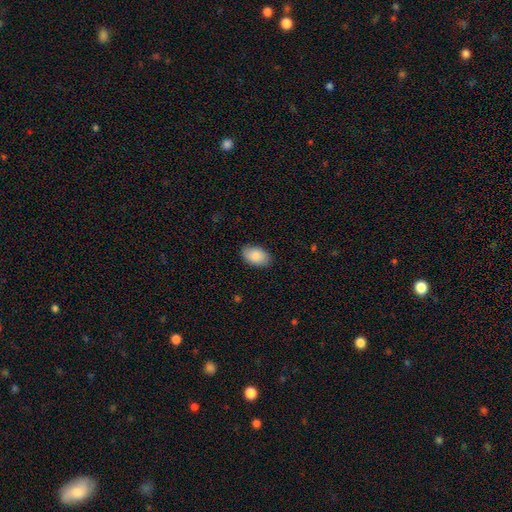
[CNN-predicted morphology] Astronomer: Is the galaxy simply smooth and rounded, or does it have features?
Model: smooth — 86%.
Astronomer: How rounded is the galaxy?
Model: in between — 93%.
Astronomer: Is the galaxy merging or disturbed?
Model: none — 86%.